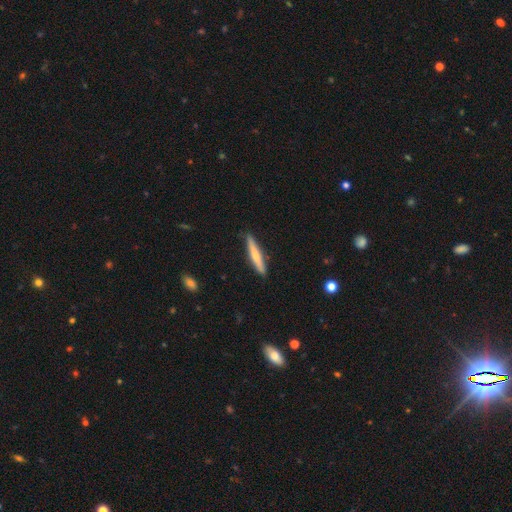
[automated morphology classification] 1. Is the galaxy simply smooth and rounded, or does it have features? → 58% smooth, 37% featured or disk, 5% star or artifact.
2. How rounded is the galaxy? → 92% cigar-shaped, 6% in between, 1% round.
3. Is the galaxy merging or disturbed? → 87% none, 10% minor disturbance, 2% major disturbance, 1% merger.